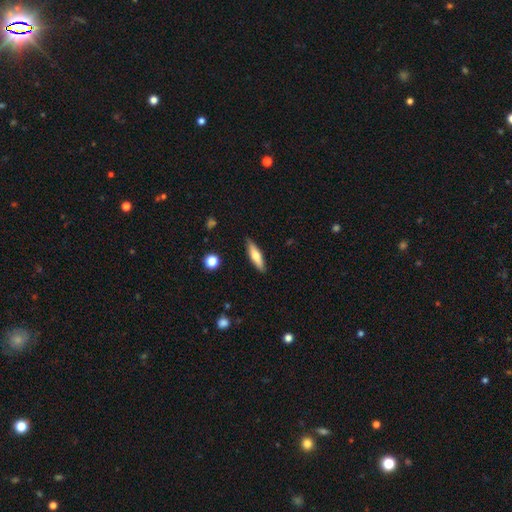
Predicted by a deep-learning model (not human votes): smooth_or_featured: smooth (p=0.62) [alt: featured or disk p=0.32]
how_rounded: cigar-shaped (p=0.67) [alt: in between p=0.31]
merging: none (p=0.86) [alt: minor disturbance p=0.10]